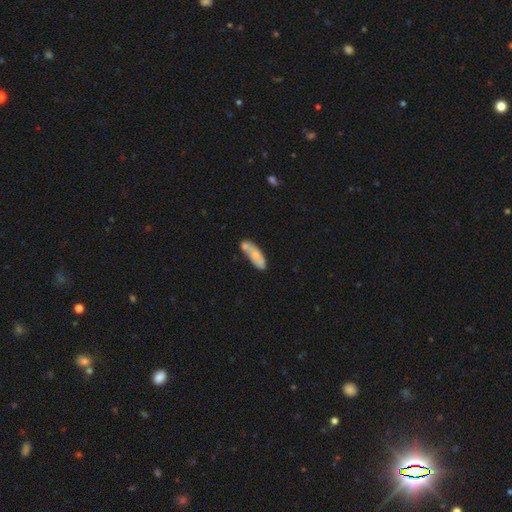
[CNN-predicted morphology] The model was most divided on "how rounded": in between: 54%, cigar-shaped: 44%, round: 2%. Remaining: smooth or featured — smooth (69%); merging — none (41%).